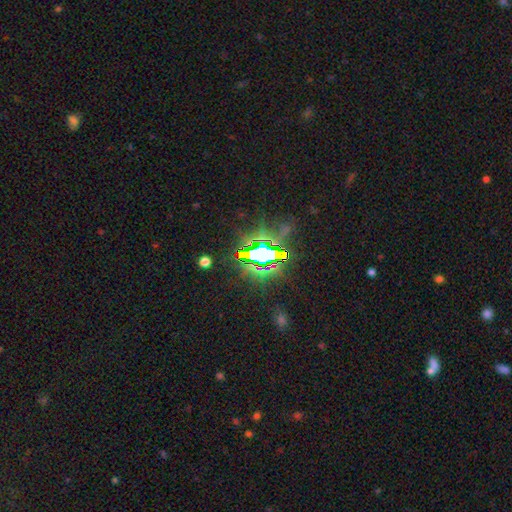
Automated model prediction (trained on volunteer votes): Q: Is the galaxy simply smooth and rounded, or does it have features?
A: star or artifact — 85%.